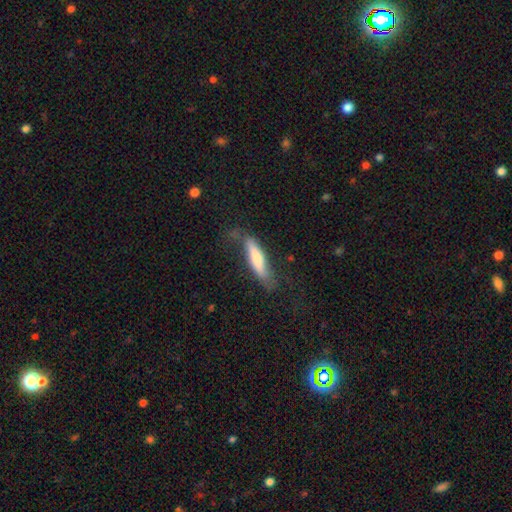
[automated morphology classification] Smooth or featured? smooth (60%)
How rounded? cigar-shaped (81%)
Merging? none (59%)